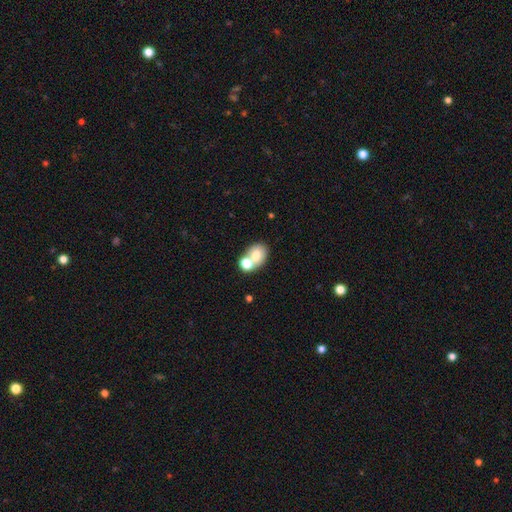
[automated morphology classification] Smooth or featured? smooth (73%)
How rounded? in between (59%)
Merging? merger (50%)